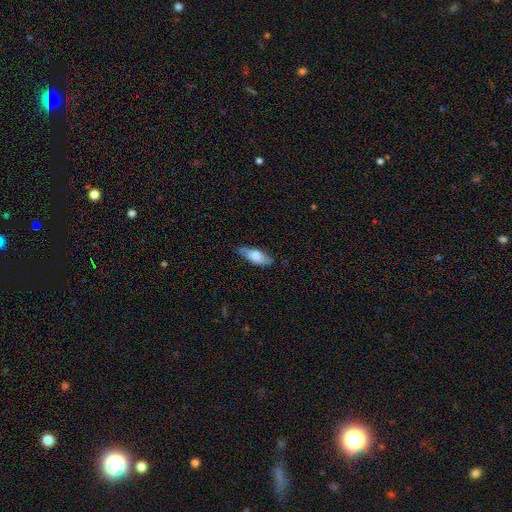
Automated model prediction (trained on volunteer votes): smooth 67%, featured or disk 26%, star or artifact 6%. Down the decision tree: how rounded — in between (71%); merging — none (73%).